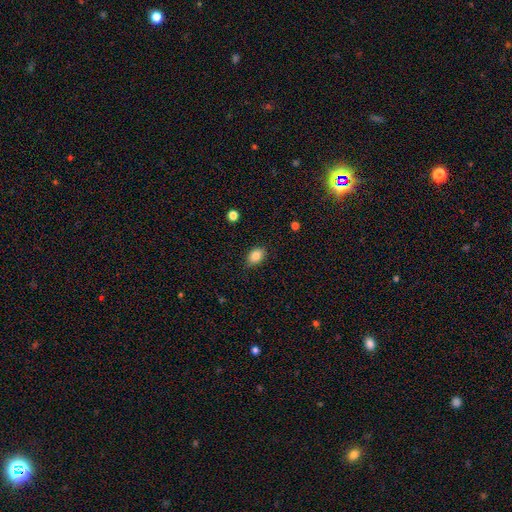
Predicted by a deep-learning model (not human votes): This is clearly a smooth galaxy (86%). How rounded: likely in between (80%). Merging: clearly none (84%).